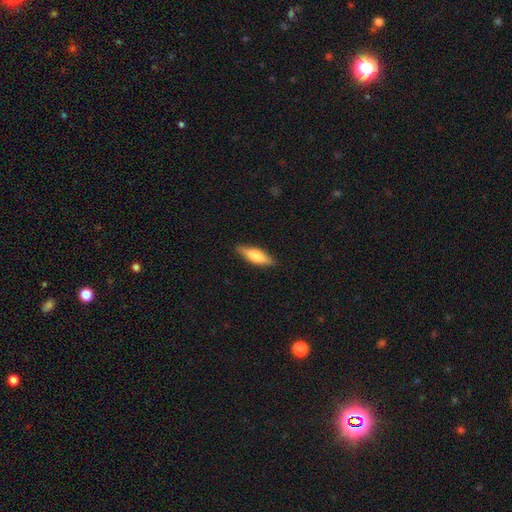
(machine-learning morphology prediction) smooth_or_featured: smooth (p=0.69) [alt: featured or disk p=0.26]
how_rounded: cigar-shaped (p=0.55) [alt: in between p=0.43]
merging: none (p=0.87) [alt: minor disturbance p=0.10]